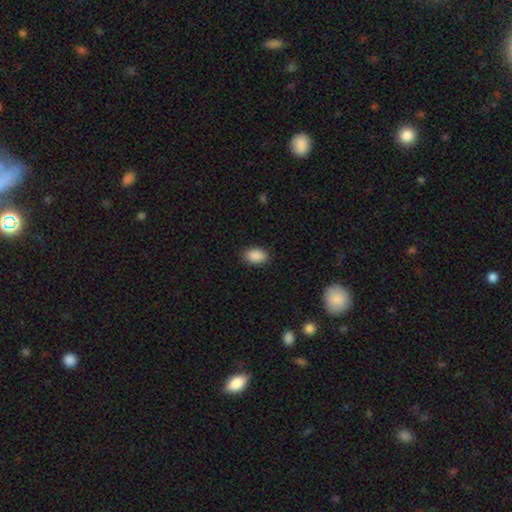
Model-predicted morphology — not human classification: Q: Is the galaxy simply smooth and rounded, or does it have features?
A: smooth — 90%.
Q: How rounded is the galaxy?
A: in between — 89%.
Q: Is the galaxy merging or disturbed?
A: none — 89%.